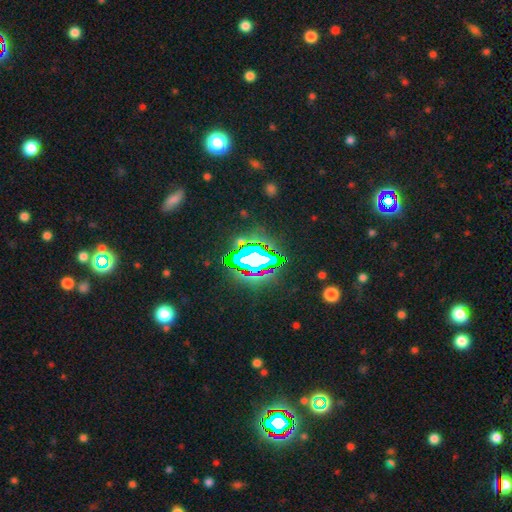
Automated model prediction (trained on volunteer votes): A star or artifact, not a galaxy (72%).